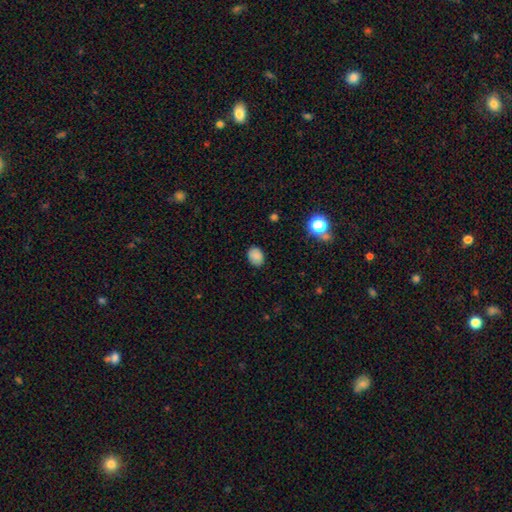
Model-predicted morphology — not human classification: A smooth galaxy with no disk features (85%) that is in between round and cigar-shaped (59%). Merging: none (84%).